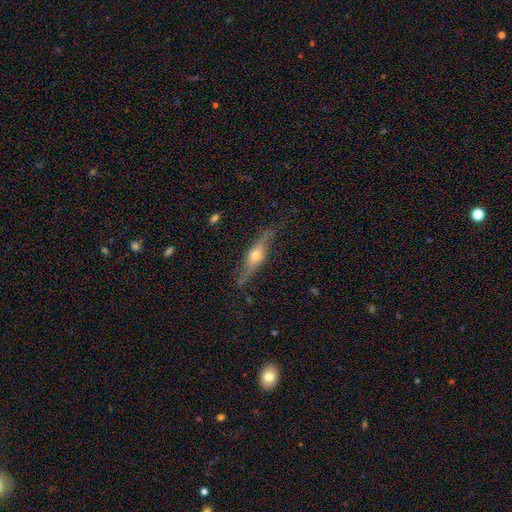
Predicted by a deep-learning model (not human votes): Overall: featured or disk (66%; smooth 28%). Edge-on disk: yes (86%). Edge-on bulge: rounded (93%). Merging: none (74%).